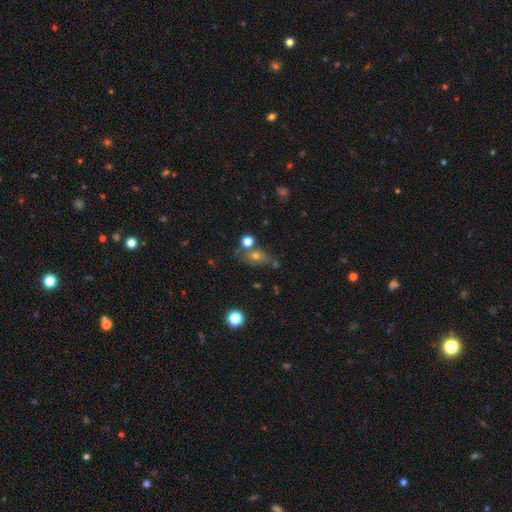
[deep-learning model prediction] This appears to be a smooth galaxy with no disk features (56%) that is in between round and cigar-shaped (63%). Merging: none (56%).